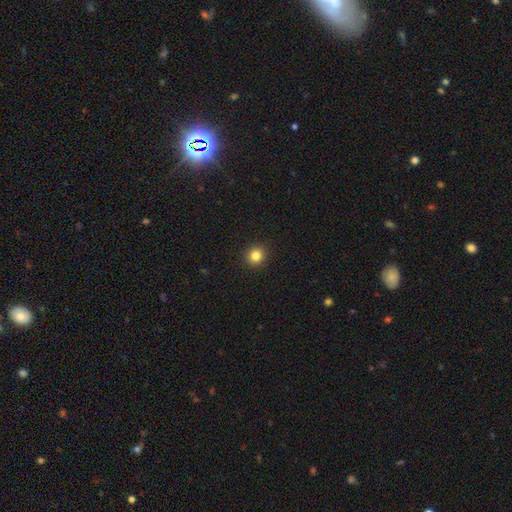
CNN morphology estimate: Smooth or featured? smooth (83%)
How rounded? round (90%)
Merging? none (93%)